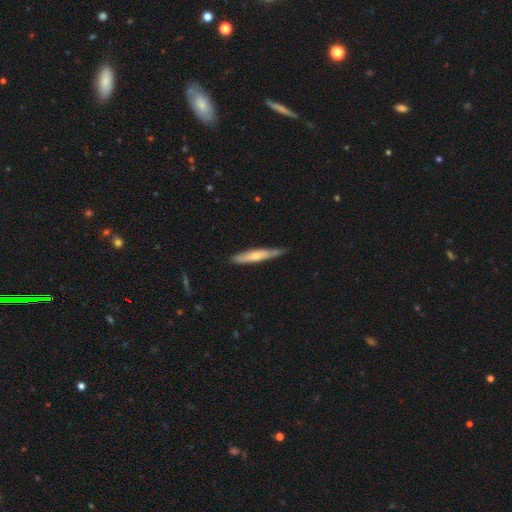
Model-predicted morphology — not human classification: Smooth or featured?
  - smooth: 56% *
  - featured or disk: 39%
  - star or artifact: 5%
How rounded?
  - cigar-shaped: 92% *
  - in between: 7%
  - round: 1%
Merging?
  - none: 80% *
  - minor disturbance: 17%
  - major disturbance: 2%
  - merger: 1%